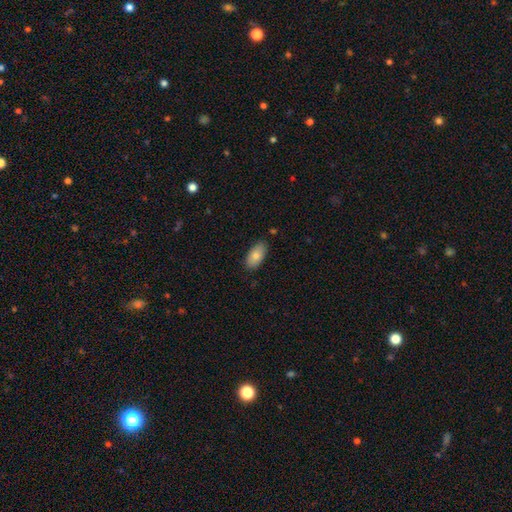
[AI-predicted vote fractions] A smooth galaxy with no disk features (80%) that is in between round and cigar-shaped (92%).

Vote fractions:
- Smooth or featured? smooth: 80% / featured or disk: 13% / star or artifact: 7%
- How rounded? in between: 92% / cigar-shaped: 5% / round: 3%
- Merging? none: 82% / minor disturbance: 14% / major disturbance: 2% / merger: 2%